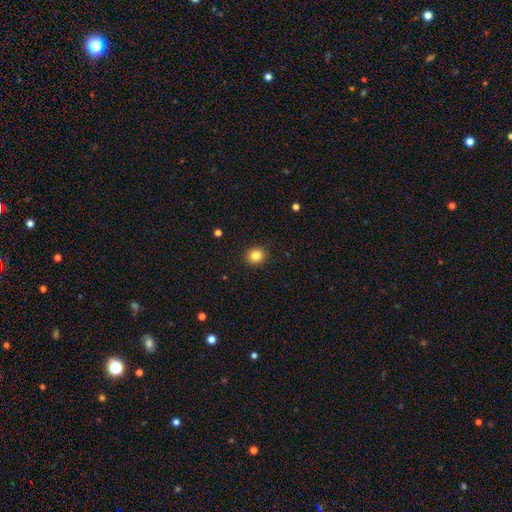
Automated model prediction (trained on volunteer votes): A smooth galaxy with no disk features (84%) that is round (82%).

Vote fractions:
- Smooth or featured? smooth: 84% / star or artifact: 11% / featured or disk: 5%
- How rounded? round: 82% / in between: 17% / cigar-shaped: 1%
- Merging? none: 92% / minor disturbance: 6% / major disturbance: 2% / merger: 1%